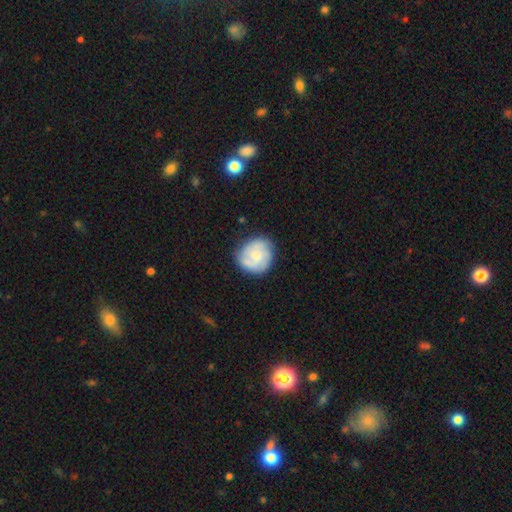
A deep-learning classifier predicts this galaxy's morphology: type=featured or disk (64%); edge-on=no (98%); bar=no (71%); spiral arms=yes (90%); winding=tight (52%); arm count=2 (34%); bulge=moderate (51%); merging=none (77%).